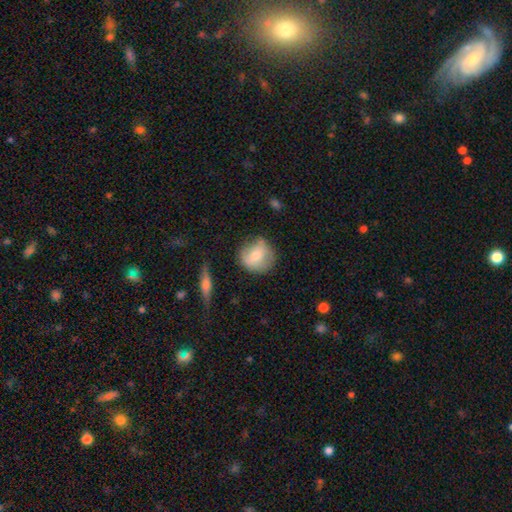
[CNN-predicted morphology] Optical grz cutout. It shows a smooth galaxy with no disk features (66%) that is round (84%). Merging: none (65%).